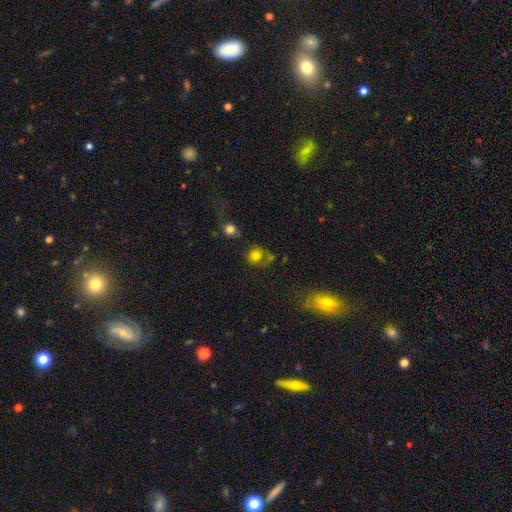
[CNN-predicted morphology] This is likely a smooth galaxy (75%). How rounded: clearly round (83%). Merging: possibly none (56%).